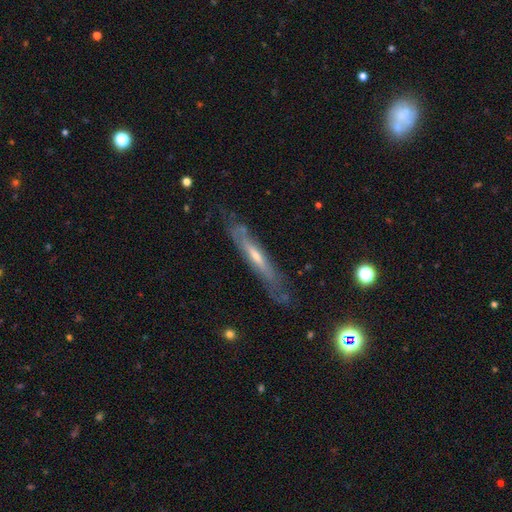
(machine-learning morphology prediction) Overall: featured or disk (70%). Edge-on disk: yes (70%; no 30%). Merging: none (69%).